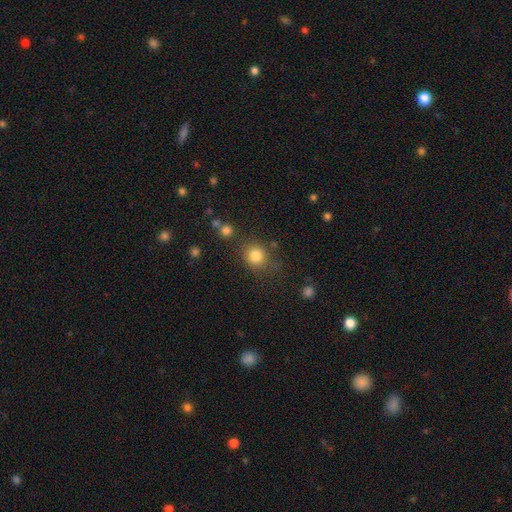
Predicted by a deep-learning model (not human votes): smooth_or_featured: smooth (p=0.83) [alt: star or artifact p=0.11]
how_rounded: round (p=0.81) [alt: in between p=0.18]
merging: none (p=0.76) [alt: minor disturbance p=0.13]